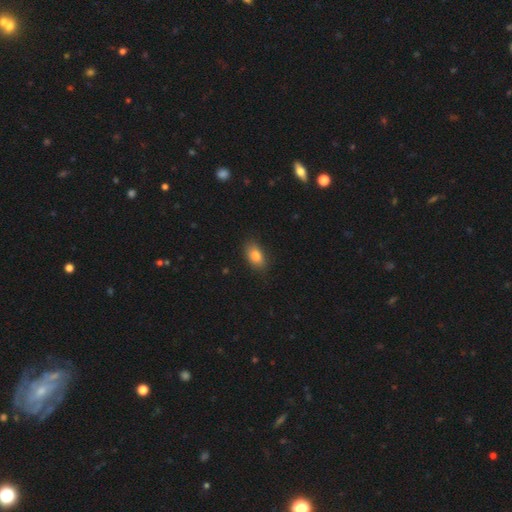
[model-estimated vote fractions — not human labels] smooth 83%, star or artifact 9%, featured or disk 9%. Down the decision tree: how rounded — in between (88%); merging — none (82%).